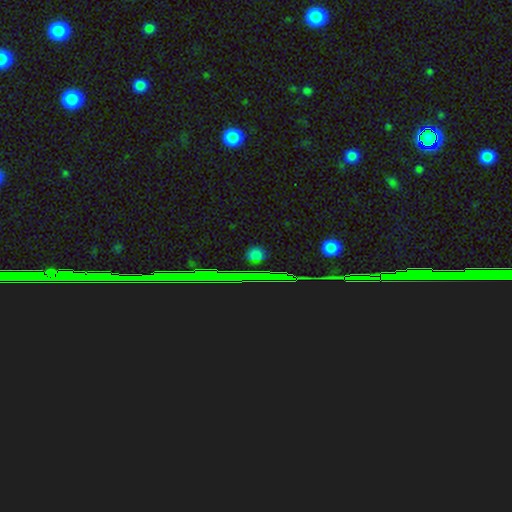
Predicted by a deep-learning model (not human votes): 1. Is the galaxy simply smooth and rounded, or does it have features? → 55% star or artifact, 35% smooth, 9% featured or disk.